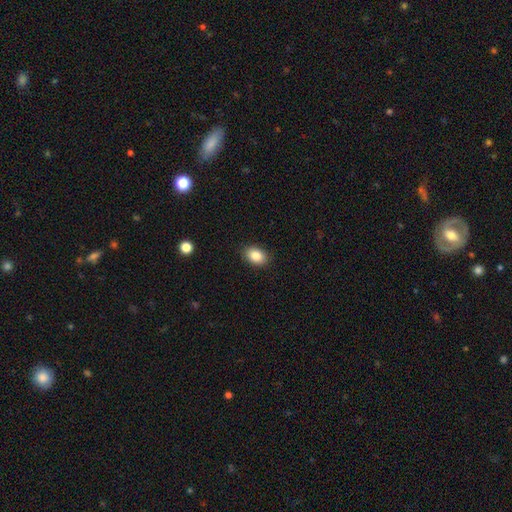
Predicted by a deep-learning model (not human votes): smooth_or_featured: smooth (p=0.86) [alt: star or artifact p=0.08]
how_rounded: in between (p=0.80) [alt: round p=0.19]
merging: none (p=0.88) [alt: minor disturbance p=0.09]